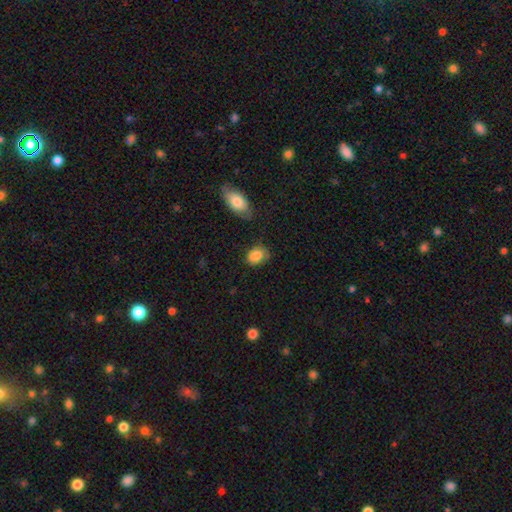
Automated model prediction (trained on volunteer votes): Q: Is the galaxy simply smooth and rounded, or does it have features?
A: smooth — 85%.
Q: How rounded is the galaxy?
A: in between — 71%.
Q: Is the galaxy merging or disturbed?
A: none — 61%.